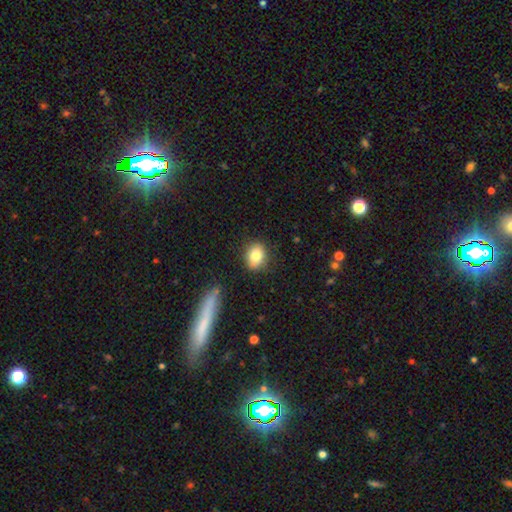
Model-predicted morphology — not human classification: smooth 81%, featured or disk 10%, star or artifact 9%. Down the decision tree: how rounded — round (50%); merging — none (83%).